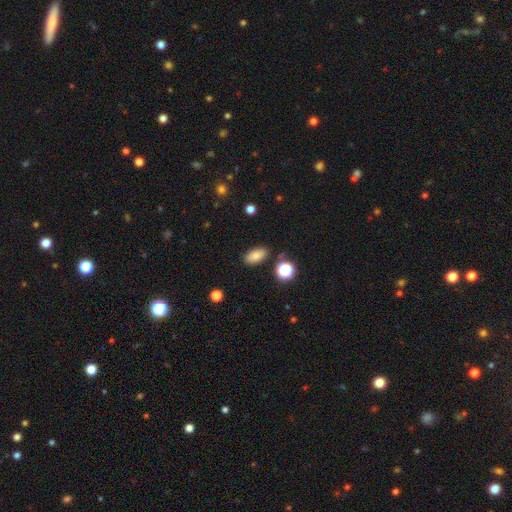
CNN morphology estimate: This appears to be a smooth galaxy with no disk features (80%) that is in between round and cigar-shaped (89%). Merging: none (85%).